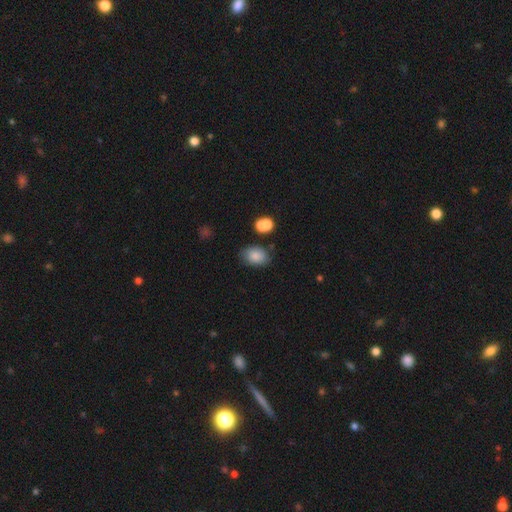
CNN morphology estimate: Overall: smooth (84%). How rounded: in between (83%). Merging: none (73%).